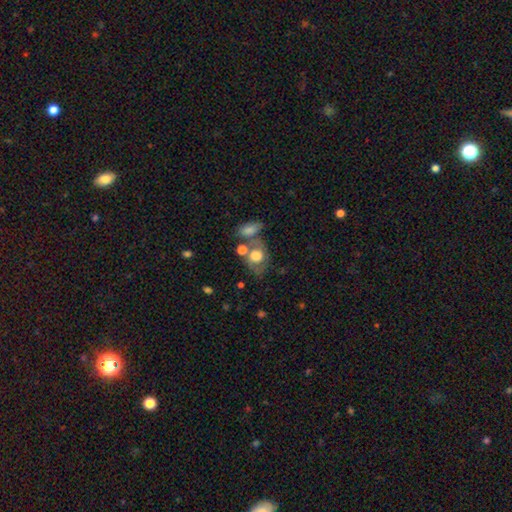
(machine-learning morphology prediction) type=smooth (57%); roundness=in between (50%); merging=none (45%).